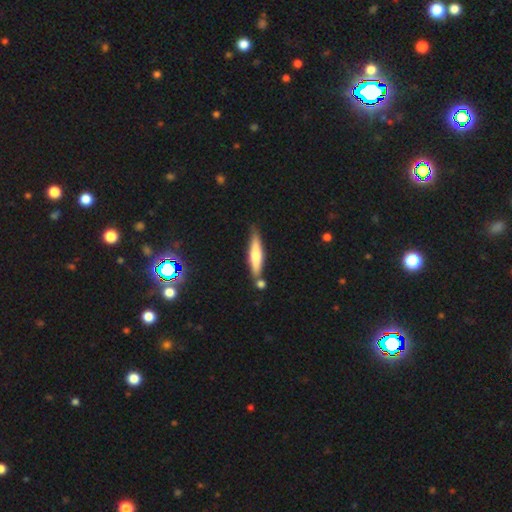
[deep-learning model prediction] Smooth or featured?
  - smooth: 57% *
  - featured or disk: 37%
  - star or artifact: 6%
How rounded?
  - cigar-shaped: 84% *
  - in between: 14%
  - round: 1%
Merging?
  - none: 70% *
  - minor disturbance: 14%
  - merger: 13%
  - major disturbance: 3%